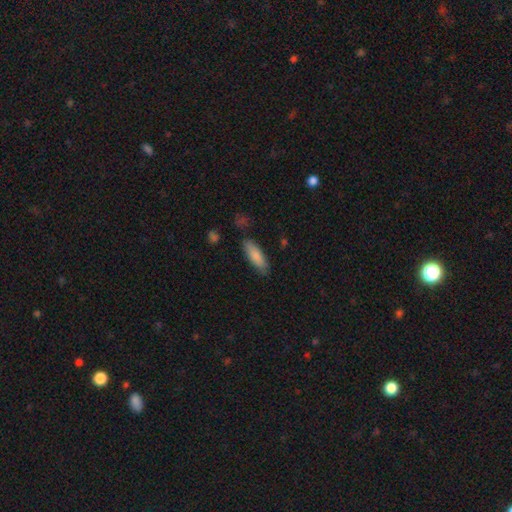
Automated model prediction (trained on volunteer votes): A smooth galaxy with no disk features (84%) that is in between round and cigar-shaped (55%).

Vote fractions:
- Smooth or featured? smooth: 84% / featured or disk: 10% / star or artifact: 6%
- How rounded? in between: 55% / cigar-shaped: 43% / round: 2%
- Merging? none: 80% / minor disturbance: 14% / major disturbance: 3% / merger: 2%